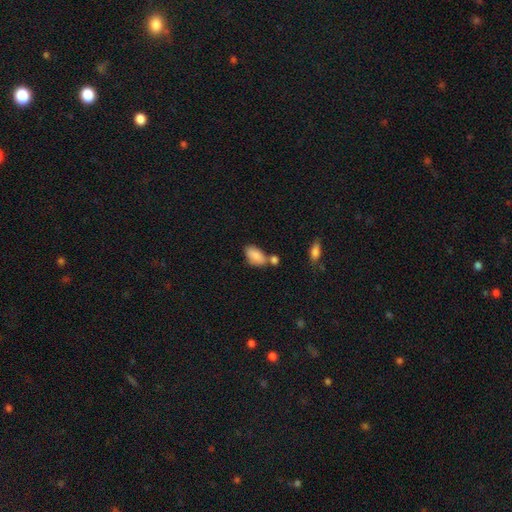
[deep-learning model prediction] smooth_or_featured: smooth (p=0.84) [alt: featured or disk p=0.09]
how_rounded: in between (p=0.93) [alt: round p=0.04]
merging: none (p=0.56) [alt: merger p=0.23]